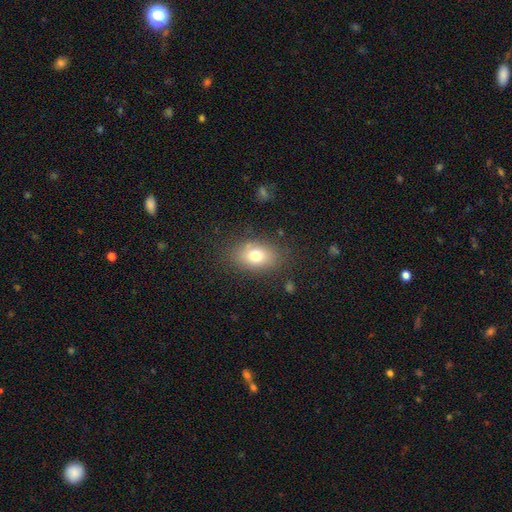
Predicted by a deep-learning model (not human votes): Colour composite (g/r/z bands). It shows a smooth galaxy with no disk features (75%) that is in between round and cigar-shaped (79%). Merging: none (79%).